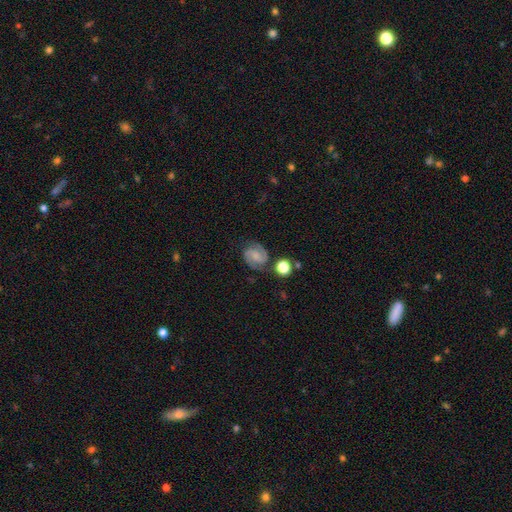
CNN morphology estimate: Smooth or featured? featured or disk (79%)
Edge-on disk? no (98%)
Bar? no (44%)
Spiral arms? yes (97%)
Spiral winding? medium (51%)
Spiral arm count? 2 (92%)
Bulge size? none (41%)
Merging? none (78%)